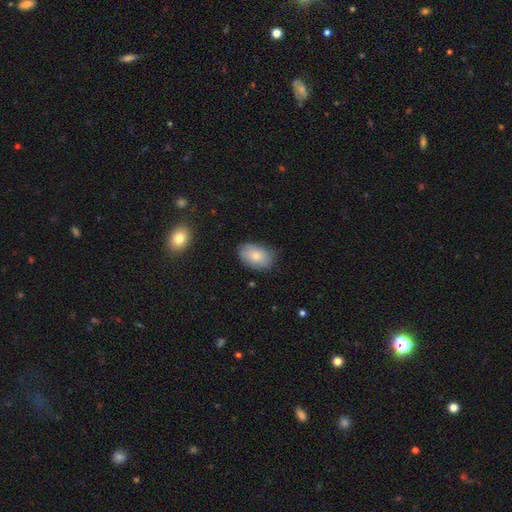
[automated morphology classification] The model was most divided on "merging": none: 81%, minor disturbance: 14%, major disturbance: 3%, merger: 1%. More confident: how rounded — in between (90%); smooth or featured — smooth (82%).